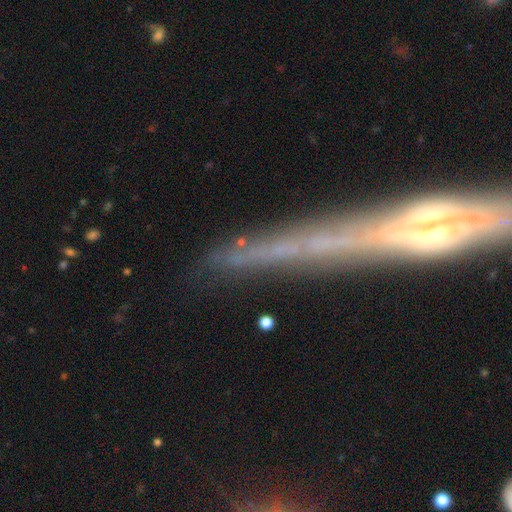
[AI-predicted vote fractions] Overall: featured or disk (50%; smooth 30%). Edge-on disk: yes (84%). Merging: none (81%).